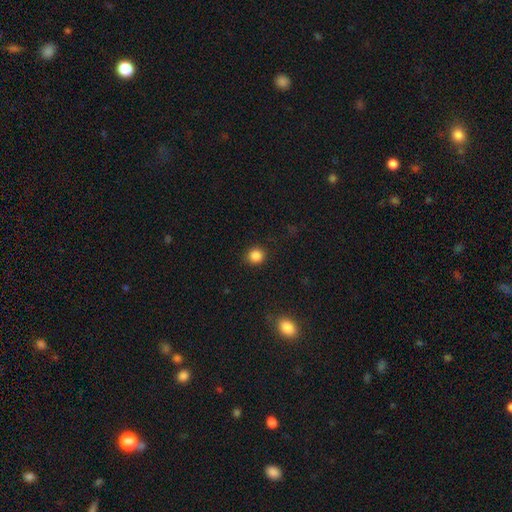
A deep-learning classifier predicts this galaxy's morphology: Smooth or featured? Predicted: smooth (p=0.86). How rounded? Predicted: round (p=0.90). Merging? Predicted: none (p=0.91).